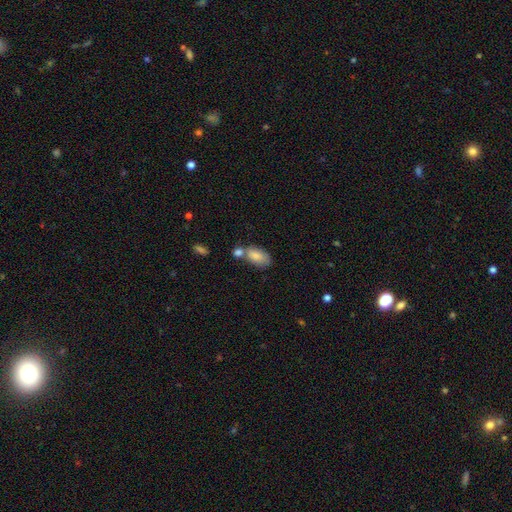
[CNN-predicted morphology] The model was most divided on "merging": merger: 39%, none: 36%, minor disturbance: 18%, major disturbance: 7%. More confident: how rounded — in between (92%); smooth or featured — smooth (80%).